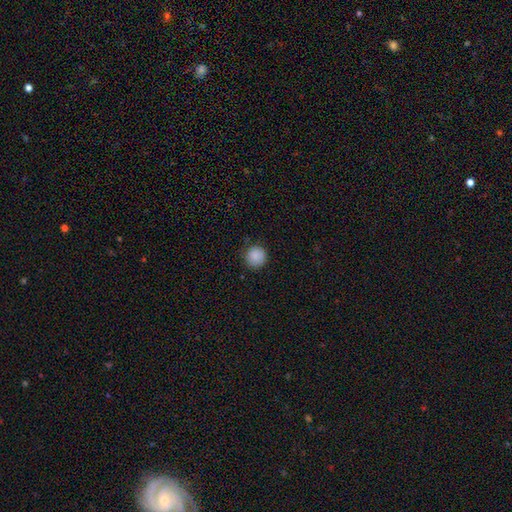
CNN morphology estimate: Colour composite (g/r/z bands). It shows a smooth galaxy with no disk features (88%) that is round (94%). Merging: none (85%).